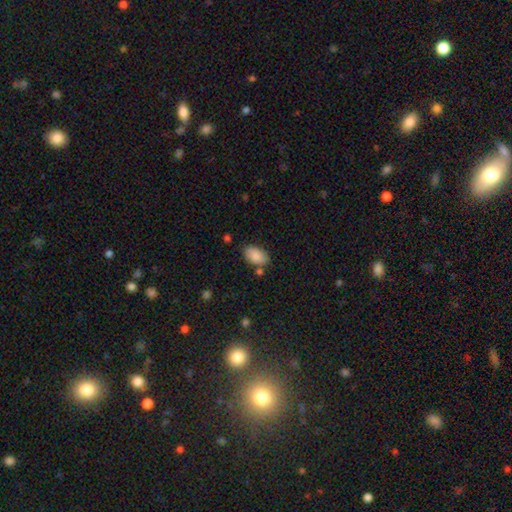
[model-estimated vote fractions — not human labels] smooth-or-featured: smooth: 88% | star or artifact: 7% | featured or disk: 5%
  how-rounded: in between: 93% | round: 6% | cigar-shaped: 1%
  merging: none: 75% | minor disturbance: 15% | merger: 7% | major disturbance: 4%